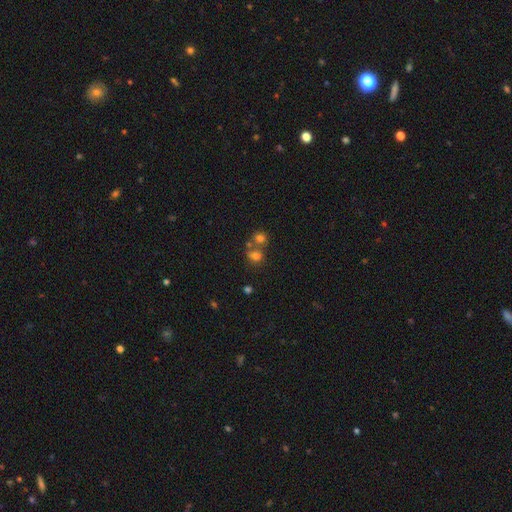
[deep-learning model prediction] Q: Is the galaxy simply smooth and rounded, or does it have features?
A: smooth — 70%.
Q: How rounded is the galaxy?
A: round — 66%.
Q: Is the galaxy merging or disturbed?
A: merger — 43%, tied with none.